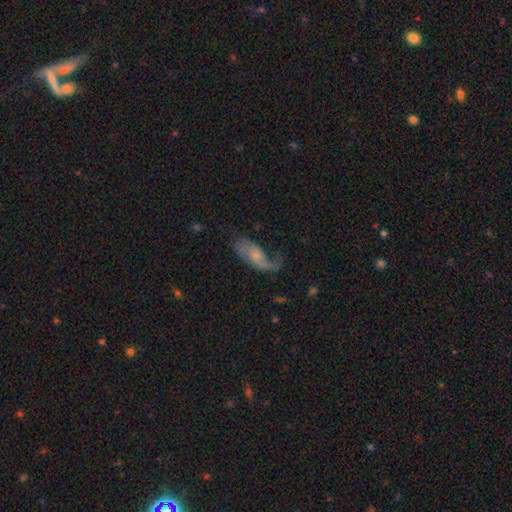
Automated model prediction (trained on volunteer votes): Smooth or featured? Predicted: featured or disk (p=0.67). Edge-on disk? Predicted: no (p=0.94). Bar? Predicted: no (p=0.63). Spiral arms? Predicted: yes (p=0.89). Spiral winding? Predicted: loose (p=0.67). Spiral arm count? Predicted: 2 (p=0.57). Bulge size? Predicted: small (p=0.50). Merging? Predicted: none (p=0.42).